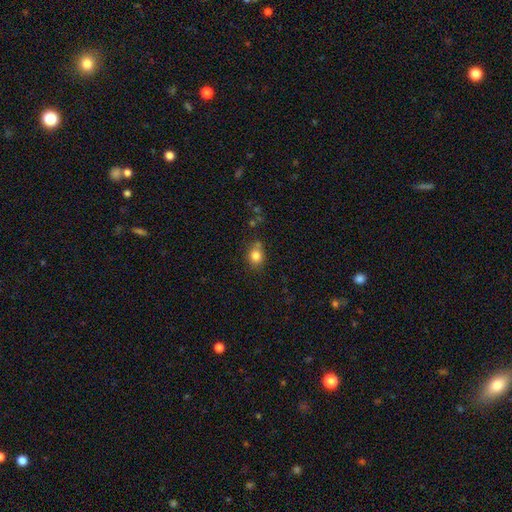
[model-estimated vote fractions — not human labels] A smooth galaxy with no disk features (83%) that is round (63%). Merging: none (67%).